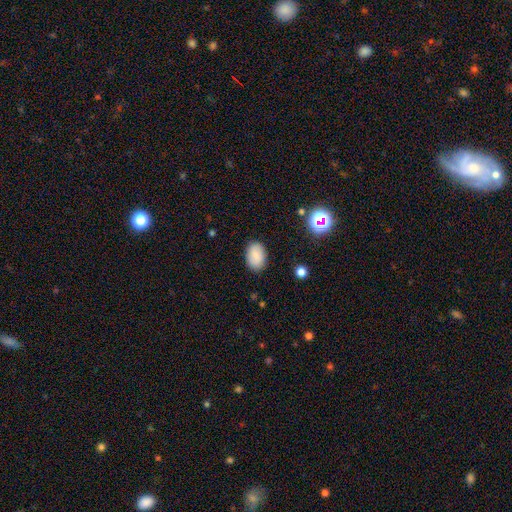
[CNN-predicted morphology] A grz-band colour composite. It shows a smooth galaxy with no disk features (86%) that is in between round and cigar-shaped (87%). Merging: none (86%).